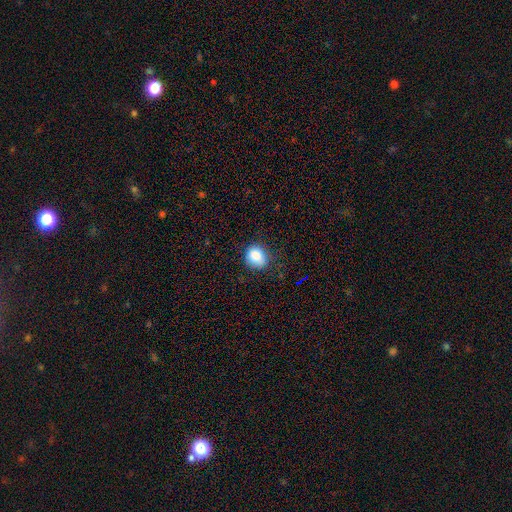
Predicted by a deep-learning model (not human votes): smooth-or-featured: smooth: 84% | star or artifact: 10% | featured or disk: 6%
  how-rounded: round: 74% | in between: 25% | cigar-shaped: 1%
  merging: none: 70% | minor disturbance: 23% | major disturbance: 5% | merger: 2%